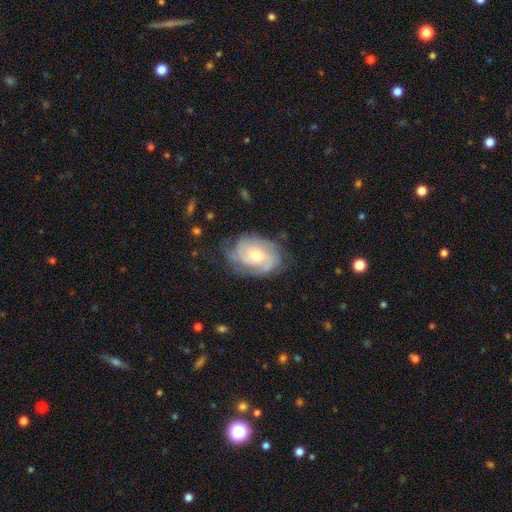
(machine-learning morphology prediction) The model was most divided on "spiral arm count": can't tell: 33%, 2: 25%, 3: 24%, 4: 9%, 1: 5%, more than 4: 4%. More confident: edge-on disk — no (97%); spiral arms — yes (94%); smooth or featured — featured or disk (80%); bar — no (71%); merging — none (68%); spiral winding — tight (60%); bulge size — moderate (51%).